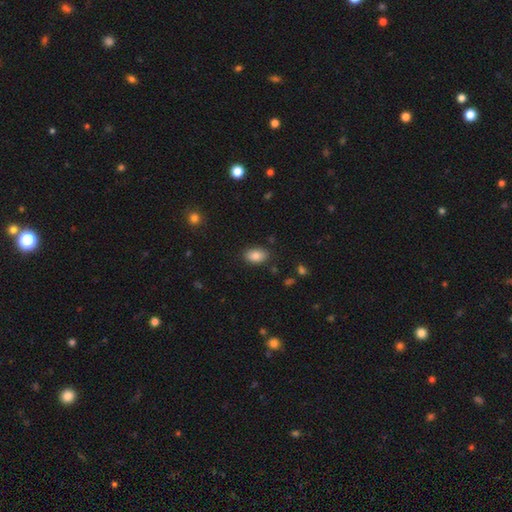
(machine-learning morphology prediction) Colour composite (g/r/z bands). It shows a smooth galaxy with no disk features (83%) that is in between round and cigar-shaped (88%). Merging: none (85%).